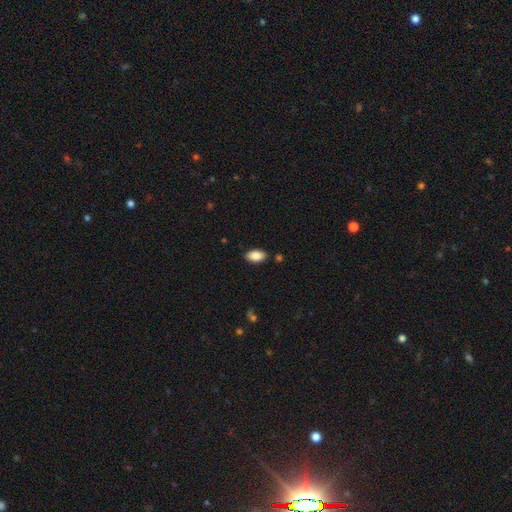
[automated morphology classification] This is clearly a smooth galaxy (86%). How rounded: clearly in between (93%). Merging: clearly none (87%).